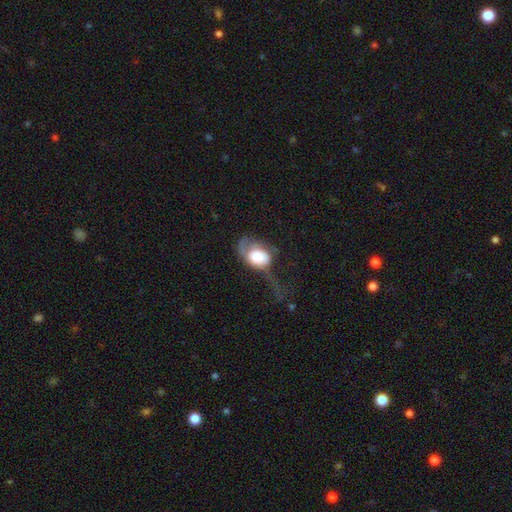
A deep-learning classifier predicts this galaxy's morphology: A smooth galaxy with no disk features (57%) that is in between round and cigar-shaped (74%).

Vote fractions:
- Smooth or featured? smooth: 57% / featured or disk: 36% / star or artifact: 7%
- How rounded? in between: 74% / round: 24% / cigar-shaped: 1%
- Merging? major disturbance: 56% / minor disturbance: 23% / none: 17% / merger: 4%